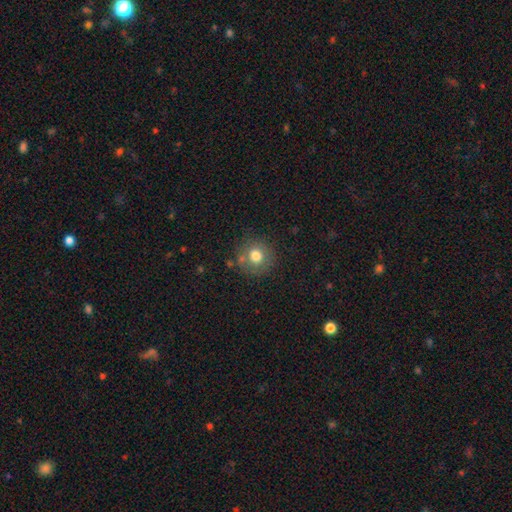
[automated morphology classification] A smooth galaxy with no disk features (76%) that is round (91%).

Vote fractions:
- Smooth or featured? smooth: 76% / featured or disk: 12% / star or artifact: 12%
- How rounded? round: 91% / in between: 8% / cigar-shaped: 1%
- Merging? none: 79% / minor disturbance: 11% / merger: 6% / major disturbance: 4%